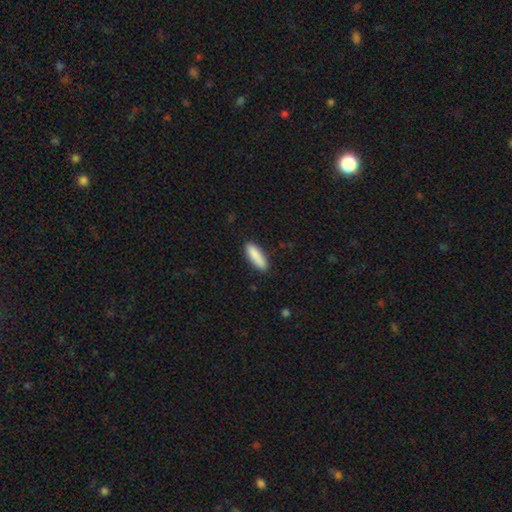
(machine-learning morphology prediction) smooth 88%, featured or disk 6%, star or artifact 6%. Down the decision tree: how rounded — cigar-shaped (49%, tied with in between); merging — none (87%).